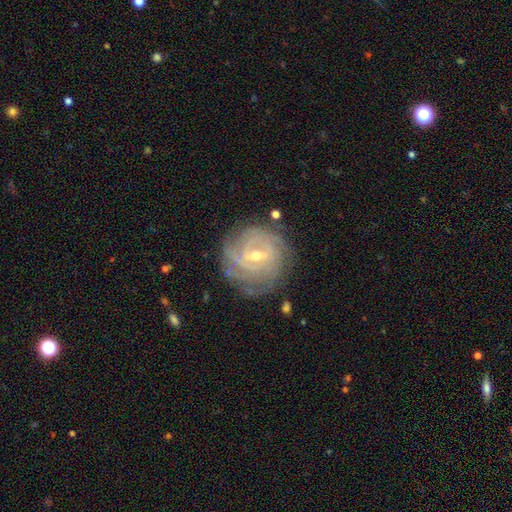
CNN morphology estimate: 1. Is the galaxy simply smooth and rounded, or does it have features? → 85% featured or disk, 9% smooth, 6% star or artifact.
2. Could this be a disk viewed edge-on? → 97% no, 3% yes.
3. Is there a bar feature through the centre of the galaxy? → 57% weak, 23% strong, 20% no.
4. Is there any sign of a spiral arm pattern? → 95% yes, 5% no.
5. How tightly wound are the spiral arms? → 77% tight, 19% medium, 4% loose.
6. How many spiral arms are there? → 37% can't tell, 22% 4, 15% 3, 11% 2, 9% more than 4, 6% 1.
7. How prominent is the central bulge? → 57% small, 40% moderate, 1% large, 1% none, 1% dominant.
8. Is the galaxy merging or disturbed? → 79% none, 14% minor disturbance, 5% major disturbance, 2% merger.